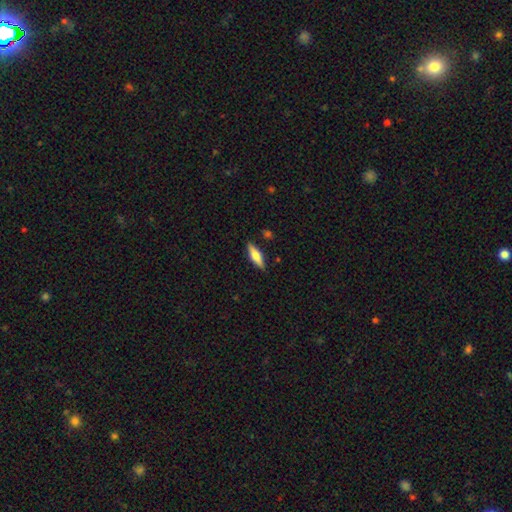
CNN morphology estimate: The model was most divided on "smooth or featured": smooth: 53%, featured or disk: 41%, star or artifact: 6%. More confident: merging — none (87%); how rounded — cigar-shaped (59%).